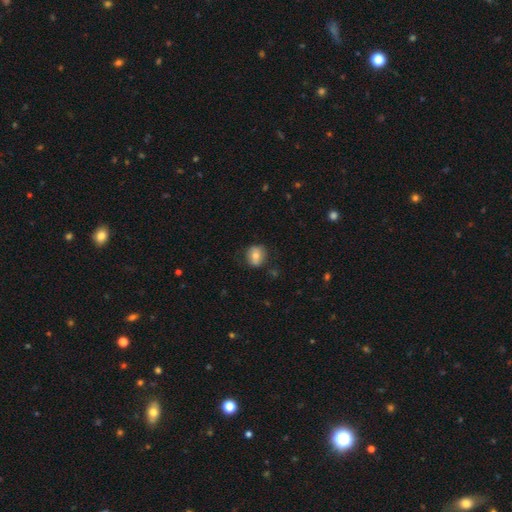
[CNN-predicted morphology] smooth 71%, featured or disk 20%, star or artifact 9%. Down the decision tree: how rounded — round (70%); merging — none (75%).